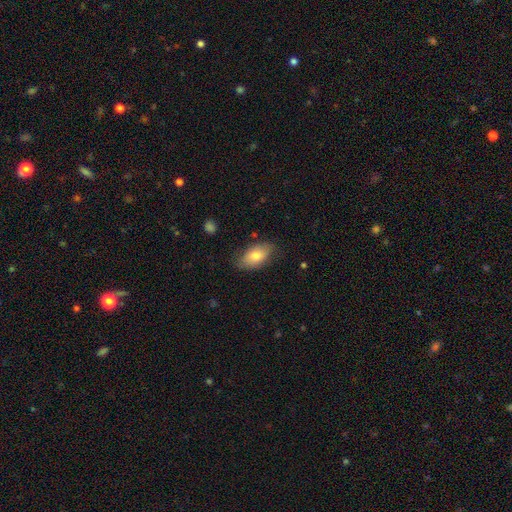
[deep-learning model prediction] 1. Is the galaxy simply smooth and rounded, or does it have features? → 77% smooth, 16% featured or disk, 7% star or artifact.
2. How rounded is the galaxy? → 92% in between, 5% round, 3% cigar-shaped.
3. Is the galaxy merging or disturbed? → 76% none, 19% minor disturbance, 4% major disturbance, 1% merger.